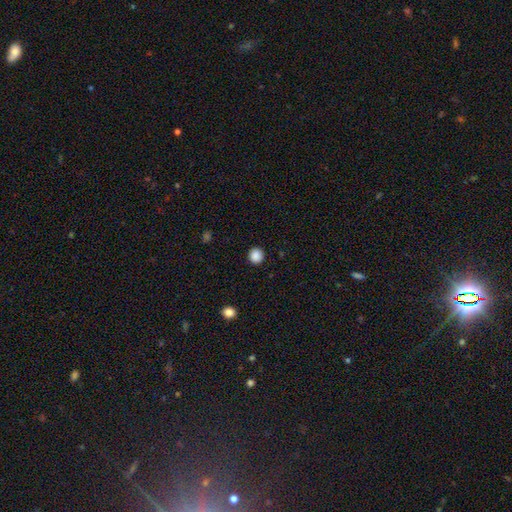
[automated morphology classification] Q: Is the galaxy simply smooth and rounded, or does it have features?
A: smooth — 88%.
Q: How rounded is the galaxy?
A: round — 88%.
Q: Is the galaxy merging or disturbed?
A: none — 91%.